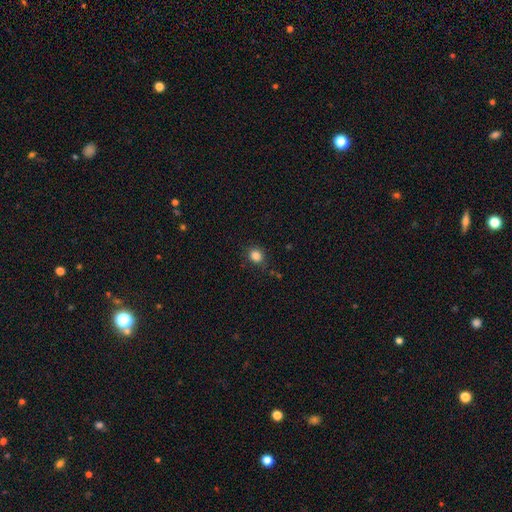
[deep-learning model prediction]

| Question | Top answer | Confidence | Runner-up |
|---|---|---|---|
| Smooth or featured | smooth | 85% | star or artifact (11%) |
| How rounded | round | 66% | in between (33%) |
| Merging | none | 82% | minor disturbance (13%) |